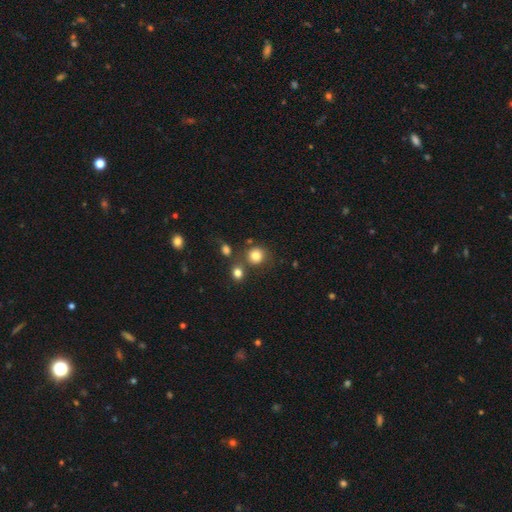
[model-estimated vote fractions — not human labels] smooth 81%, star or artifact 12%, featured or disk 8%. Down the decision tree: how rounded — round (86%); merging — none (65%).